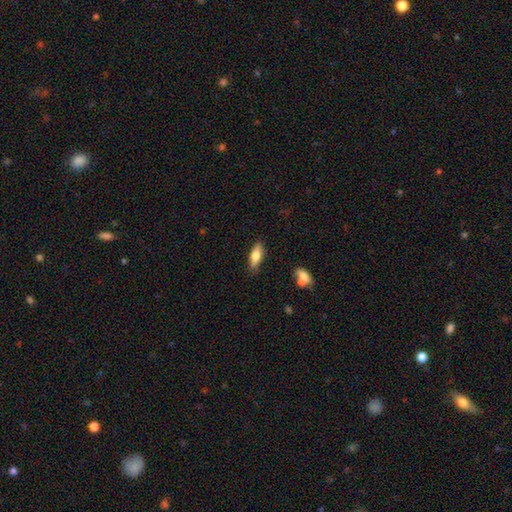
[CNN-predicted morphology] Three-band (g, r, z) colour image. It shows a smooth galaxy with no disk features (69%) that is in between round and cigar-shaped (66%). Merging: none (84%).